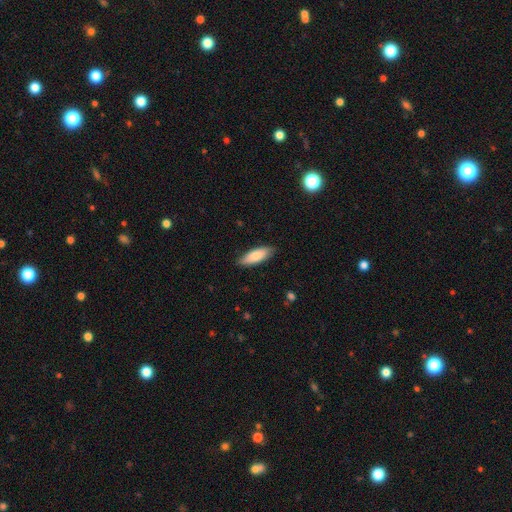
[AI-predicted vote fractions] smooth-or-featured: smooth: 84% | featured or disk: 11% | star or artifact: 5%
  how-rounded: in between: 65% | cigar-shaped: 33% | round: 2%
  merging: none: 84% | minor disturbance: 13% | major disturbance: 2% | merger: 1%